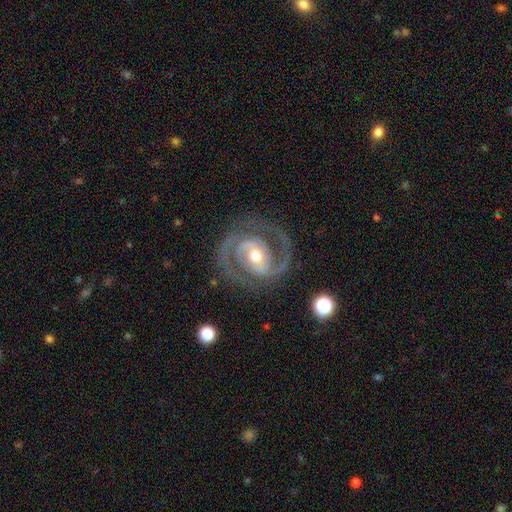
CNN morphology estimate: A featured or disk galaxy (91%) with a weak bar (38%), 2 (91%) medium (52%) spiral arms (96%) and a moderate central bulge (73%). Merging: none (81%).